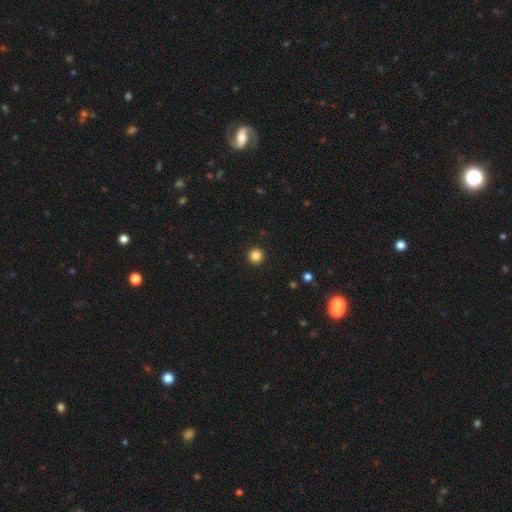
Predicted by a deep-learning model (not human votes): smooth_or_featured: smooth (p=0.85) [alt: star or artifact p=0.11]
how_rounded: round (p=0.96) [alt: in between p=0.03]
merging: none (p=0.94) [alt: minor disturbance p=0.04]